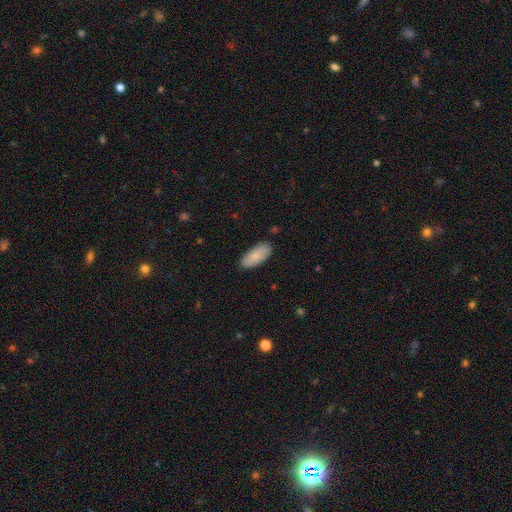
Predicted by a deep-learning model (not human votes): This appears to be a smooth galaxy with no disk features (84%) that is in between round and cigar-shaped (89%). Merging: none (85%).